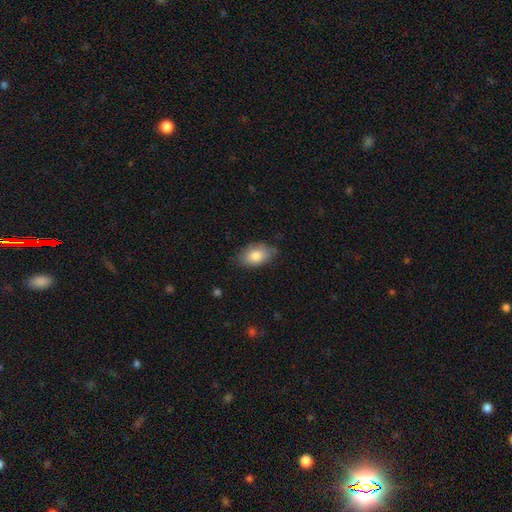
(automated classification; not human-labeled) Smooth or featured? Predicted: smooth (p=0.82). How rounded? Predicted: in between (p=0.90). Merging? Predicted: none (p=0.74).